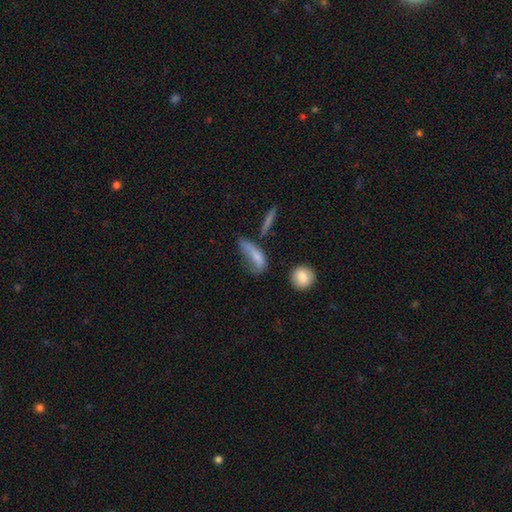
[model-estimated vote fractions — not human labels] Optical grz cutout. It shows a smooth galaxy with no disk features (64%) that is in between round and cigar-shaped (62%). Merging: major disturbance (39%).